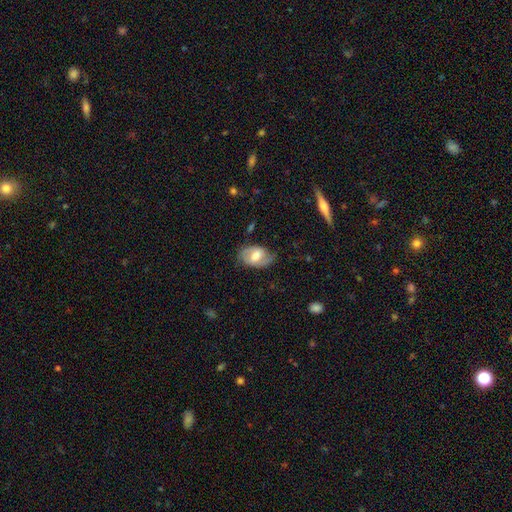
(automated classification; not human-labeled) Smooth or featured? Predicted: featured or disk (p=0.53). Edge-on disk? Predicted: no (p=0.94). Merging? Predicted: none (p=0.62).